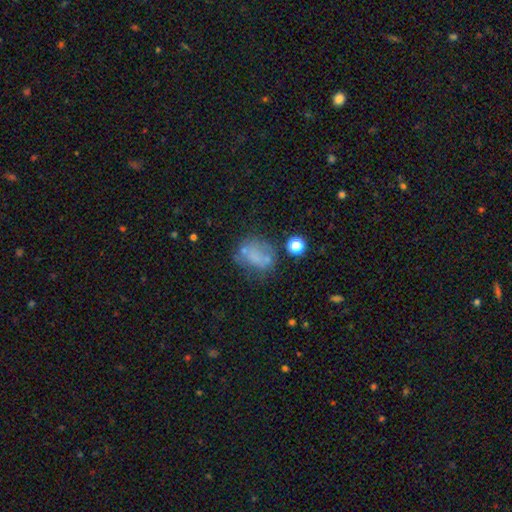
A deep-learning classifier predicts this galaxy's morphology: smooth 53%, featured or disk 30%, star or artifact 17%. Down the decision tree: how rounded — in between (59%); merging — none (42%).